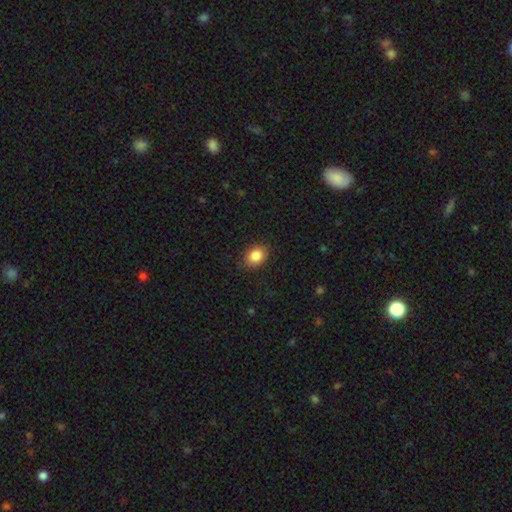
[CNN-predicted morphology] Smooth or featured?
  - smooth: 85% *
  - star or artifact: 9%
  - featured or disk: 6%
How rounded?
  - in between: 67% *
  - round: 32%
  - cigar-shaped: 1%
Merging?
  - none: 84% *
  - minor disturbance: 13%
  - major disturbance: 3%
  - merger: 1%